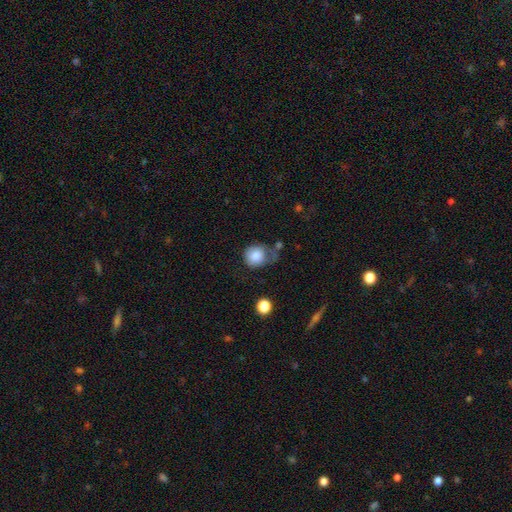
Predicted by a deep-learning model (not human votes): Smooth or featured: smooth — 83% (featured or disk — 9%)
How rounded: round — 80% (in between — 19%)
Merging: none — 41% (minor disturbance — 31%)